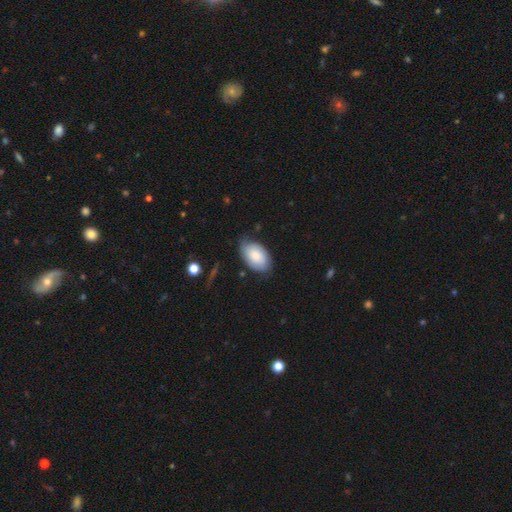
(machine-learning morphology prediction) A smooth galaxy with no disk features (76%) that is in between round and cigar-shaped (93%). Merging: none (67%).